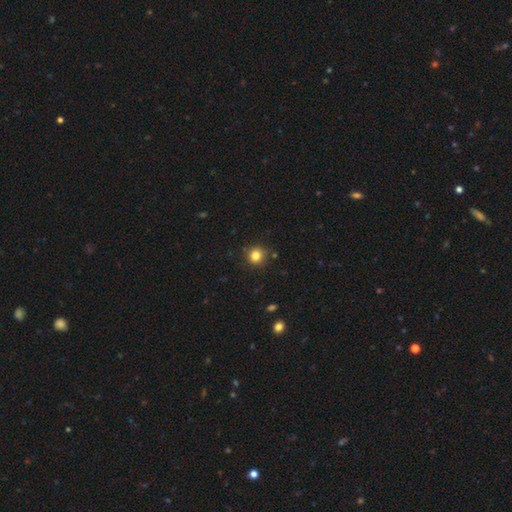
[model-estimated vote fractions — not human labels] smooth-or-featured: smooth: 82% | star or artifact: 12% | featured or disk: 6%
  how-rounded: round: 91% | in between: 8% | cigar-shaped: 1%
  merging: none: 88% | minor disturbance: 8% | major disturbance: 2% | merger: 2%